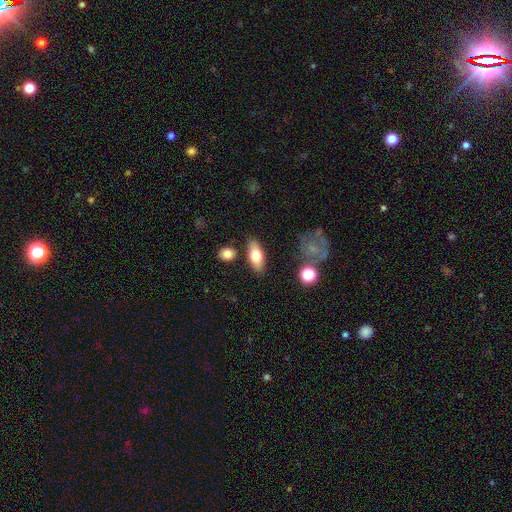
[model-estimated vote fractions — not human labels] A smooth galaxy with no disk features (72%) that is in between round and cigar-shaped (81%).

Vote fractions:
- Smooth or featured? smooth: 72% / featured or disk: 21% / star or artifact: 7%
- How rounded? in between: 81% / cigar-shaped: 15% / round: 4%
- Merging? none: 81% / minor disturbance: 11% / merger: 5% / major disturbance: 3%